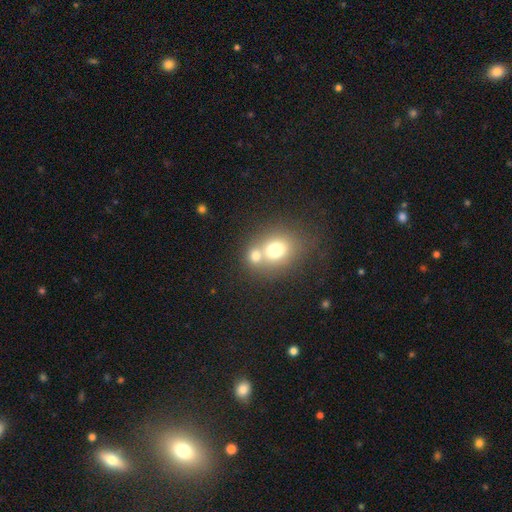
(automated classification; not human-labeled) Overall: smooth (72%). How rounded: round (65%; in between 34%). Merging: merger (54%; none 35%).